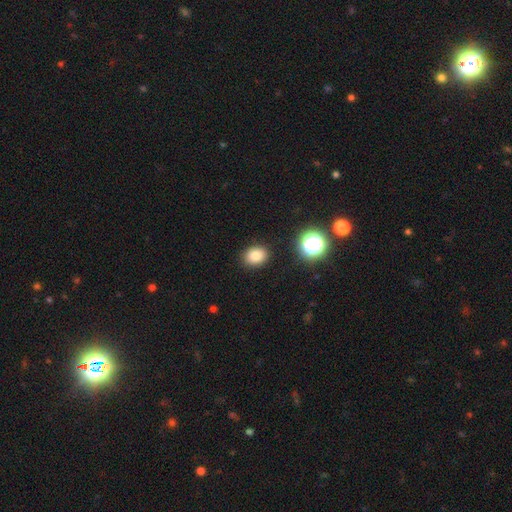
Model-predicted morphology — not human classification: Smooth or featured? smooth (81%)
How rounded? round (51%)
Merging? none (88%)